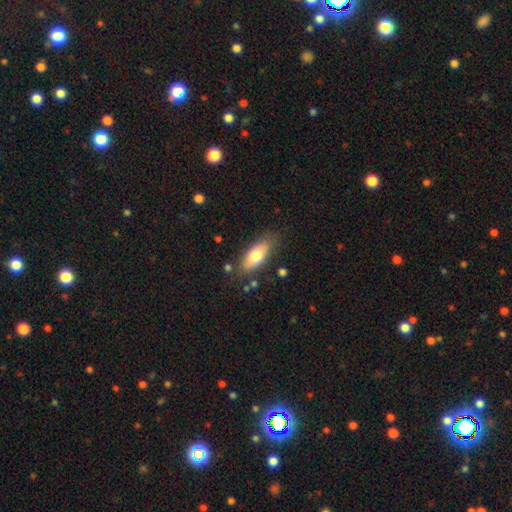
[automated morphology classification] Smooth or featured? smooth (72%)
How rounded? in between (81%)
Merging? none (80%)